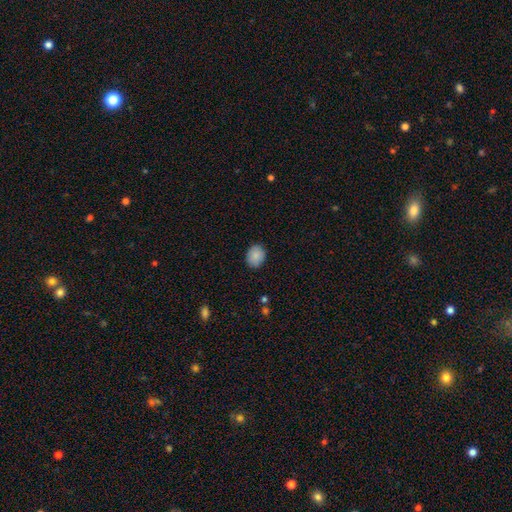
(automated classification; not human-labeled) This is clearly a smooth galaxy (88%). How rounded: possibly in between (51%). Merging: clearly none (86%).